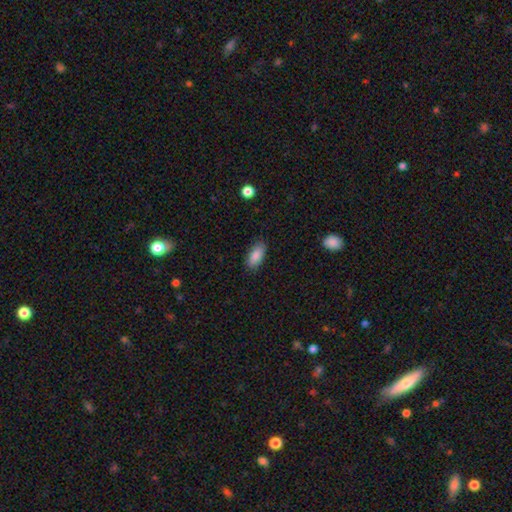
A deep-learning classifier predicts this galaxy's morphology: Q: Smooth or featured?
A: smooth (85%); runner-up: featured or disk (8%)
Q: How rounded?
A: in between (87%); runner-up: cigar-shaped (10%)
Q: Merging?
A: none (86%); runner-up: minor disturbance (11%)